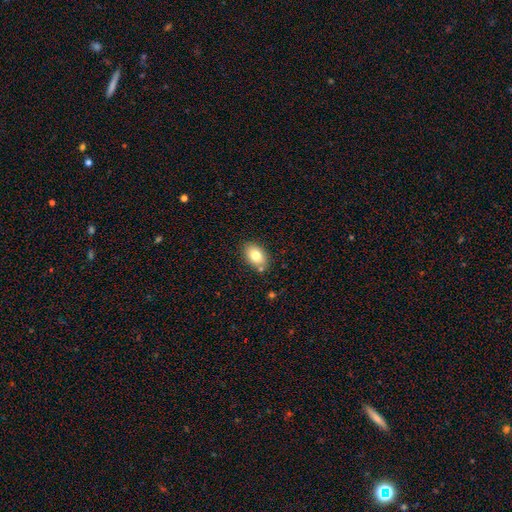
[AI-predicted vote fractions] Smooth or featured?
  - smooth: 80% *
  - featured or disk: 12%
  - star or artifact: 8%
How rounded?
  - in between: 85% *
  - round: 14%
  - cigar-shaped: 1%
Merging?
  - none: 81% *
  - minor disturbance: 12%
  - merger: 4%
  - major disturbance: 3%